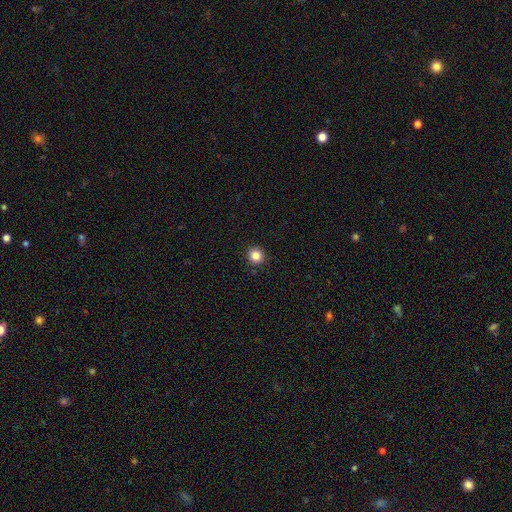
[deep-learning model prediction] A smooth galaxy with no disk features (85%) that is round (92%).

Vote fractions:
- Smooth or featured? smooth: 85% / star or artifact: 11% / featured or disk: 4%
- How rounded? round: 92% / in between: 7% / cigar-shaped: 1%
- Merging? none: 92% / minor disturbance: 5% / major disturbance: 2% / merger: 1%